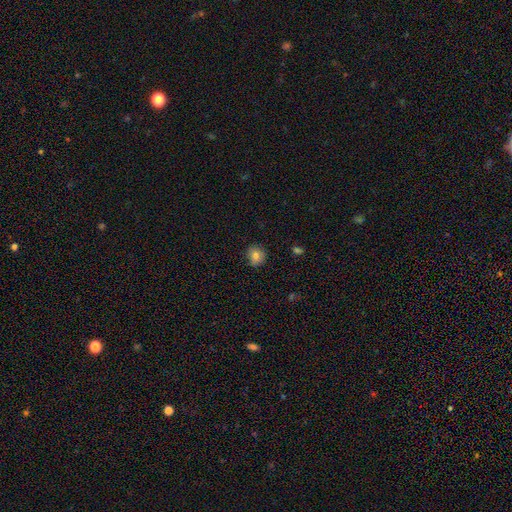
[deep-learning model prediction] A smooth galaxy with no disk features (78%) that is round (85%). Merging: none (82%).